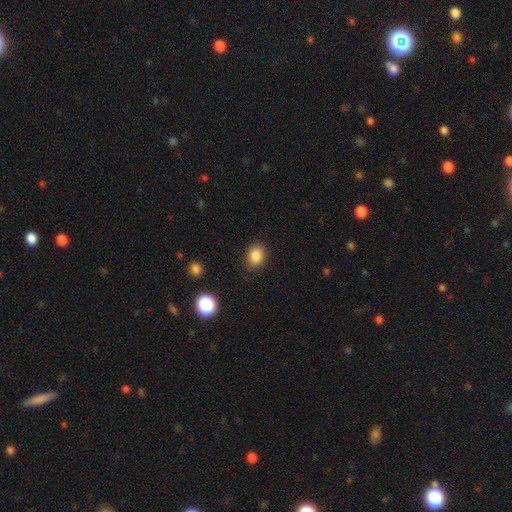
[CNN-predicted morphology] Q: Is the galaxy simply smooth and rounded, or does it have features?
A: smooth — 85%.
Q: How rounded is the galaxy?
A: in between — 53%.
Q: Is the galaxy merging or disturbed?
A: none — 84%.